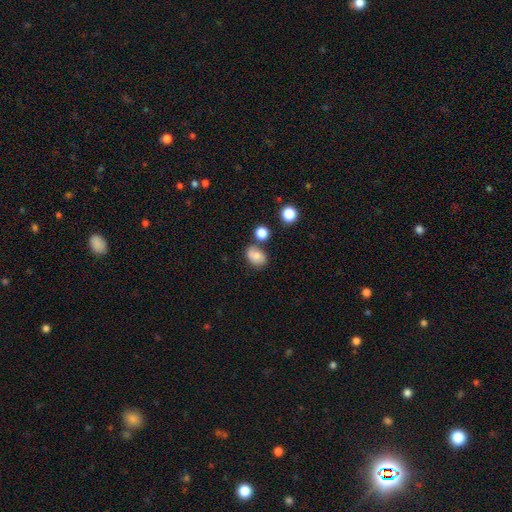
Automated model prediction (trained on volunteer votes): This is likely a smooth galaxy (72%). How rounded: likely in between (65%). Merging: likely none (61%).